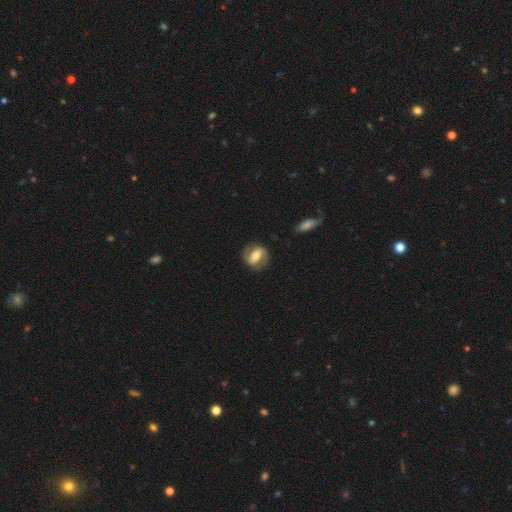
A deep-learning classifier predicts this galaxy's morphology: Overall: featured or disk (59%; smooth 34%). Edge-on disk: no (91%). Bar: strong (54%; weak 29%). Spiral arms: yes (68%; no 32%). Bulge size: moderate (64%). Merging: none (79%).